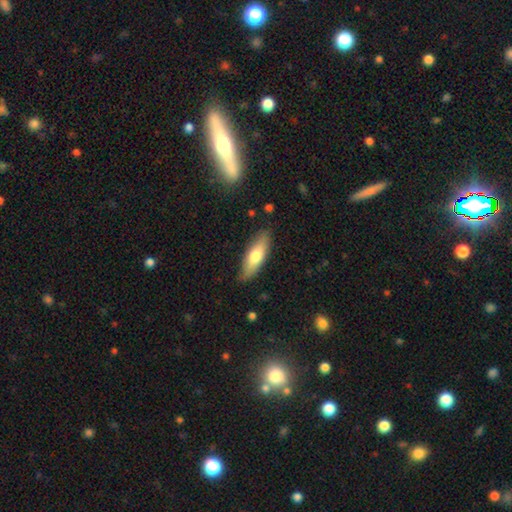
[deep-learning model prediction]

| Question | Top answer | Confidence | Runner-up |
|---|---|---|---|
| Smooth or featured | smooth | 67% | featured or disk (28%) |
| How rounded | in between | 51% | cigar-shaped (47%) |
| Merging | none | 84% | minor disturbance (13%) |